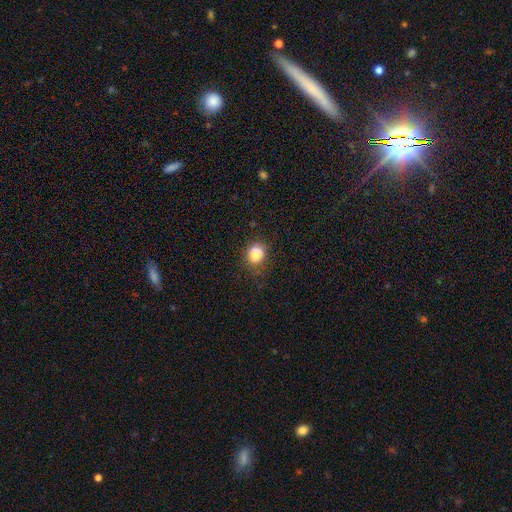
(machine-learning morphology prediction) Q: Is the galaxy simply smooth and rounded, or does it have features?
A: smooth — 70%.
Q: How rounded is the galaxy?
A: round — 70%.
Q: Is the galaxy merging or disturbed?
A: none — 60%.